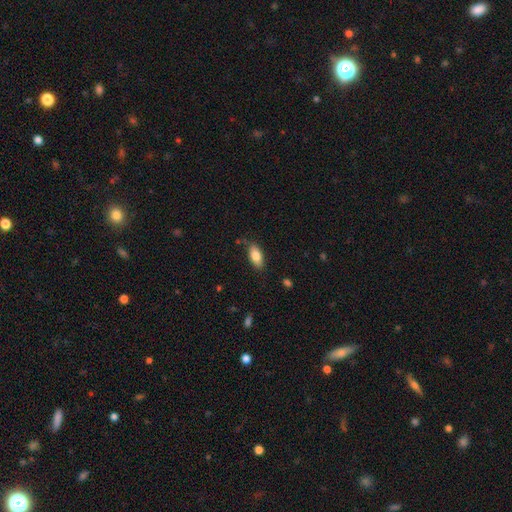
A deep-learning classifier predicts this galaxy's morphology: Overall: smooth (82%). How rounded: in between (88%). Merging: none (76%).